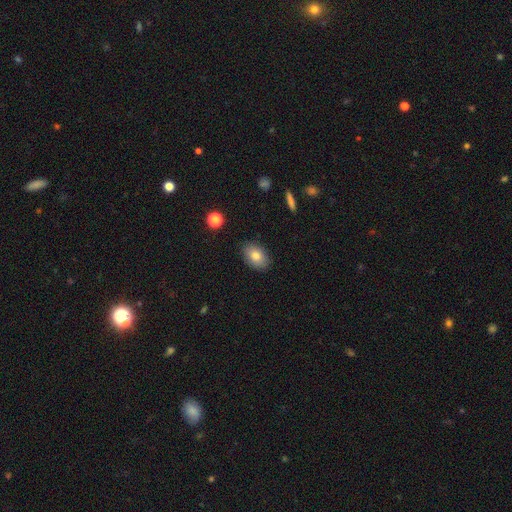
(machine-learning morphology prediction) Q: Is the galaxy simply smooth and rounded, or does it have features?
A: smooth — 79%.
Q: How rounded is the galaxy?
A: in between — 85%.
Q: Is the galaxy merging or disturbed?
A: none — 87%.